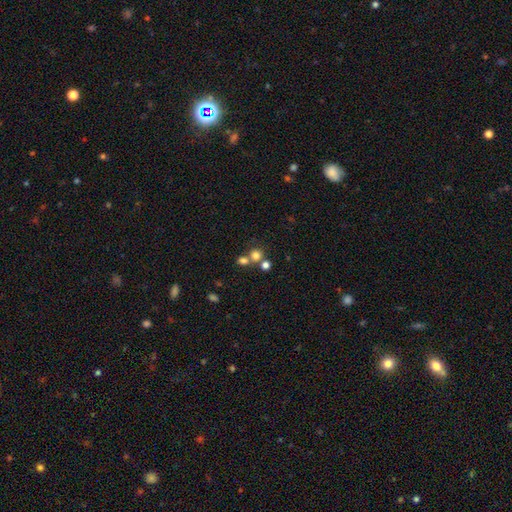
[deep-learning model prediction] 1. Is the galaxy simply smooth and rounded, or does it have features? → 74% smooth, 17% star or artifact, 10% featured or disk.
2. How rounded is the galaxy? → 85% round, 14% in between, 1% cigar-shaped.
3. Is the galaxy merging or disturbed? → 51% none, 37% merger, 7% minor disturbance, 4% major disturbance.